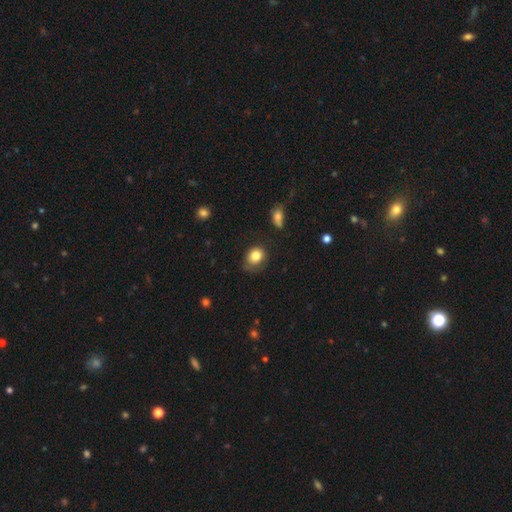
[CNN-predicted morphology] Overall: smooth (81%). How rounded: round (65%; in between 35%). Merging: none (58%; minor disturbance 29%).